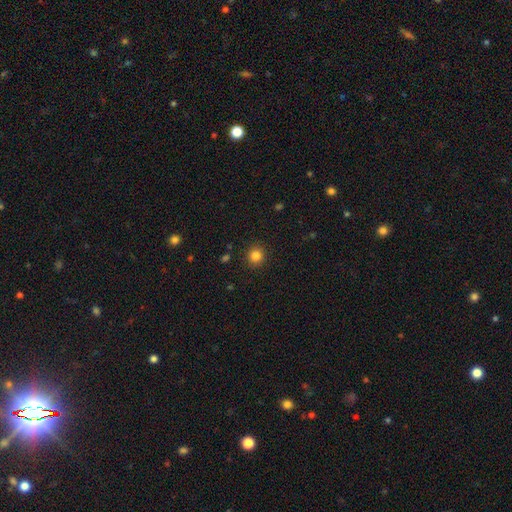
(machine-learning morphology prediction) The model was most divided on "smooth or featured": smooth: 84%, star or artifact: 12%, featured or disk: 4%. More confident: how rounded — round (91%); merging — none (91%).